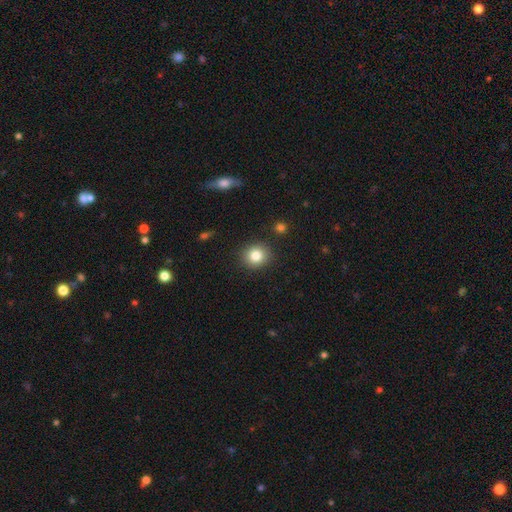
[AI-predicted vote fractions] This appears to be a smooth galaxy with no disk features (83%) that is round (83%). Merging: none (88%).